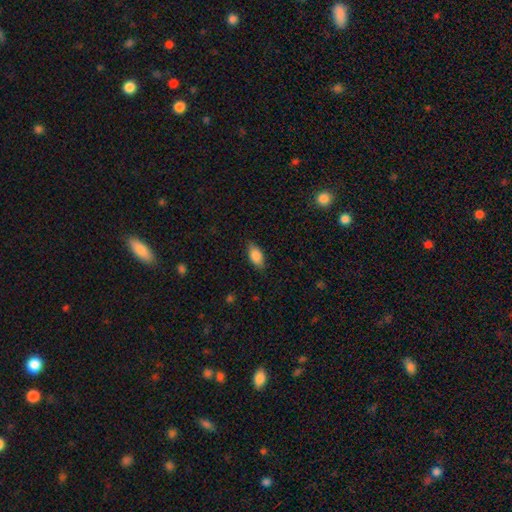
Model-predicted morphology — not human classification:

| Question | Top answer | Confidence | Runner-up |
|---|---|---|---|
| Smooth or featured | smooth | 85% | featured or disk (8%) |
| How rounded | in between | 89% | cigar-shaped (8%) |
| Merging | none | 83% | minor disturbance (13%) |